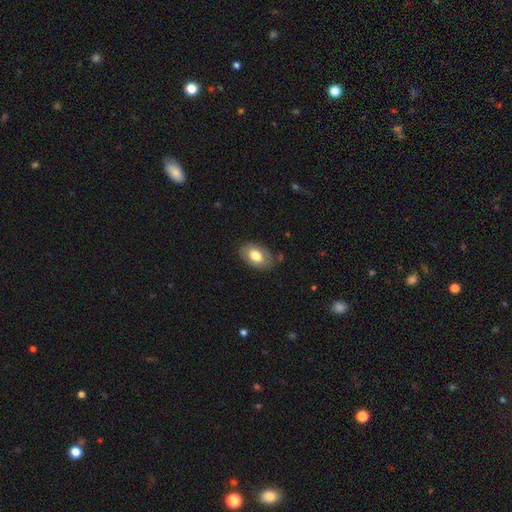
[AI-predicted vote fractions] smooth-or-featured: smooth: 74% | featured or disk: 20% | star or artifact: 6%
  how-rounded: in between: 90% | round: 9% | cigar-shaped: 1%
  merging: none: 81% | minor disturbance: 14% | major disturbance: 3% | merger: 2%